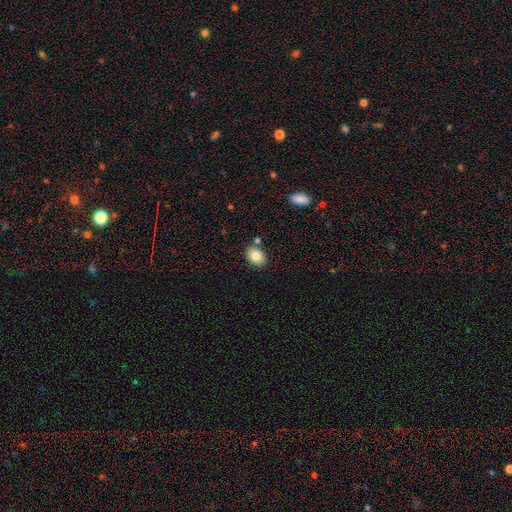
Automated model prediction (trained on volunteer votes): Smooth or featured?
  - smooth: 83% *
  - featured or disk: 9%
  - star or artifact: 8%
How rounded?
  - in between: 75% *
  - round: 24%
  - cigar-shaped: 1%
Merging?
  - none: 79% *
  - minor disturbance: 11%
  - merger: 7%
  - major disturbance: 2%